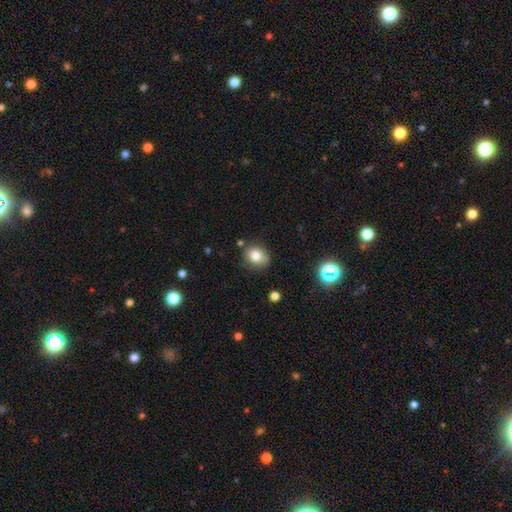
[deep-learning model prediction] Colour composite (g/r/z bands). It shows a smooth galaxy with no disk features (78%) that is round (55%). Merging: none (75%).